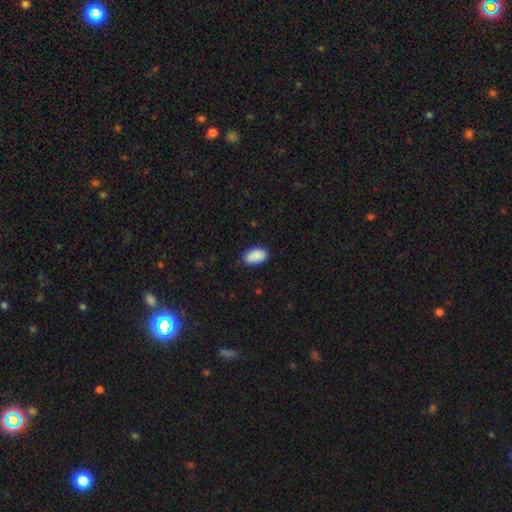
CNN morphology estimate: smooth_or_featured: smooth (p=0.89) [alt: star or artifact p=0.07]
how_rounded: in between (p=0.93) [alt: round p=0.06]
merging: none (p=0.79) [alt: minor disturbance p=0.17]